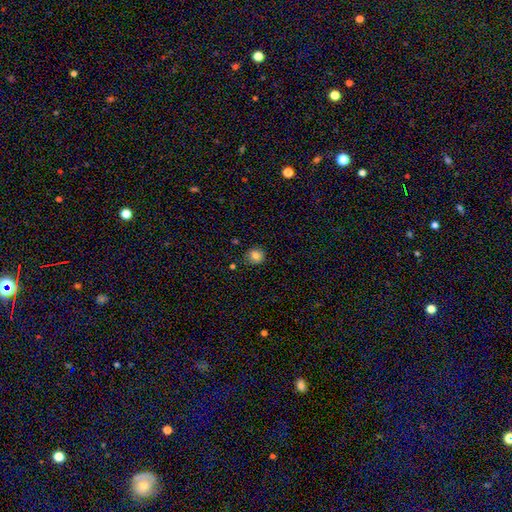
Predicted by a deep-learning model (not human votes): smooth 82%, star or artifact 11%, featured or disk 8%. Down the decision tree: how rounded — round (87%); merging — none (85%).